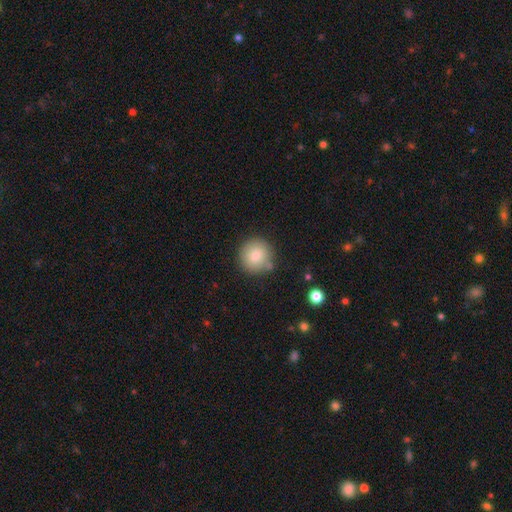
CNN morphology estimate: Smooth or featured? Predicted: smooth (p=0.84). How rounded? Predicted: round (p=0.94). Merging? Predicted: none (p=0.81).